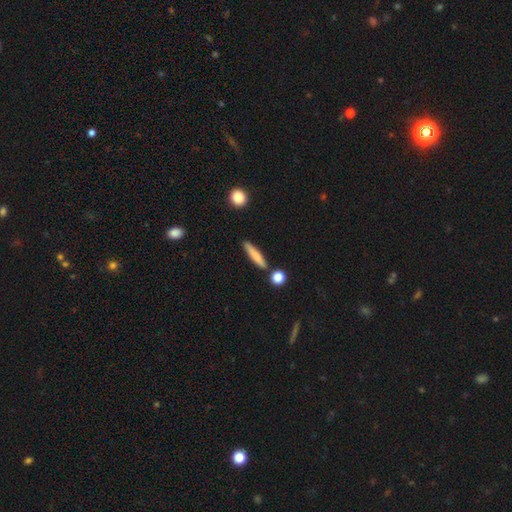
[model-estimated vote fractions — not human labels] Smooth or featured?
  - smooth: 75% *
  - featured or disk: 19%
  - star or artifact: 6%
How rounded?
  - cigar-shaped: 89% *
  - in between: 9%
  - round: 3%
Merging?
  - none: 83% *
  - minor disturbance: 10%
  - merger: 5%
  - major disturbance: 2%